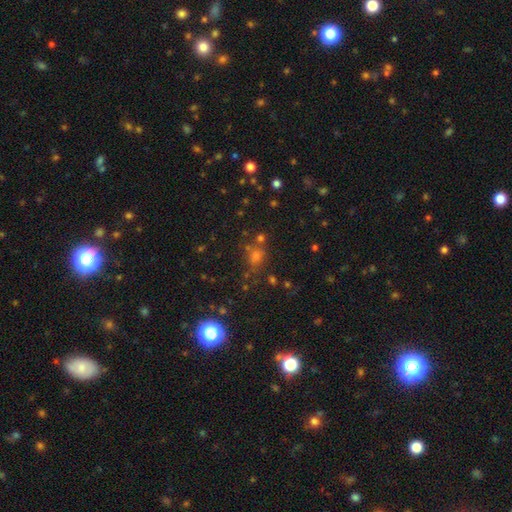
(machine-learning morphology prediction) Smooth or featured?
  - smooth: 55% *
  - star or artifact: 36%
  - featured or disk: 9%
How rounded?
  - round: 70% *
  - in between: 27%
  - cigar-shaped: 2%
Merging?
  - none: 69% *
  - minor disturbance: 13%
  - merger: 12%
  - major disturbance: 7%